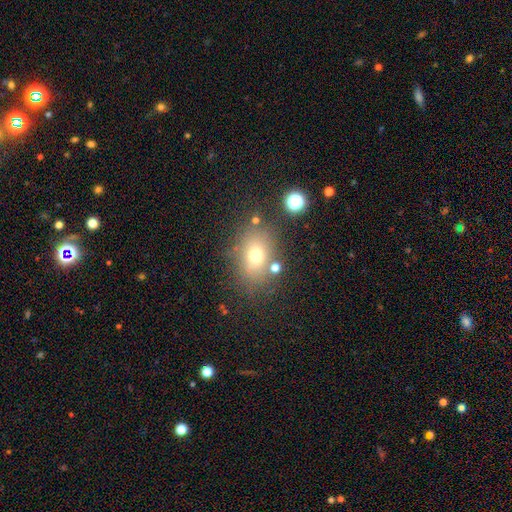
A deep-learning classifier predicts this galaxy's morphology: Smooth or featured: smooth — 68% (star or artifact — 16%)
How rounded: in between — 65% (round — 34%)
Merging: none — 73% (minor disturbance — 14%)